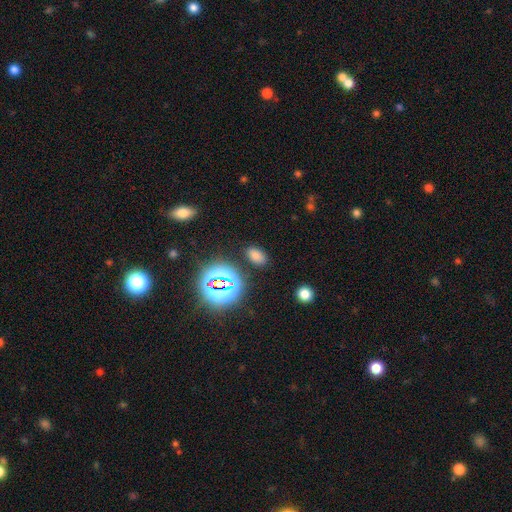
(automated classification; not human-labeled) Overall: smooth (68%). How rounded: in between (89%). Merging: none (85%).